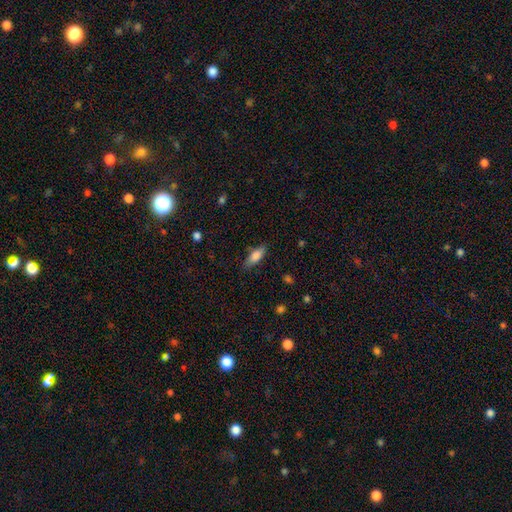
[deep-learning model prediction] smooth 77%, featured or disk 16%, star or artifact 7%. Down the decision tree: how rounded — in between (65%); merging — none (81%).